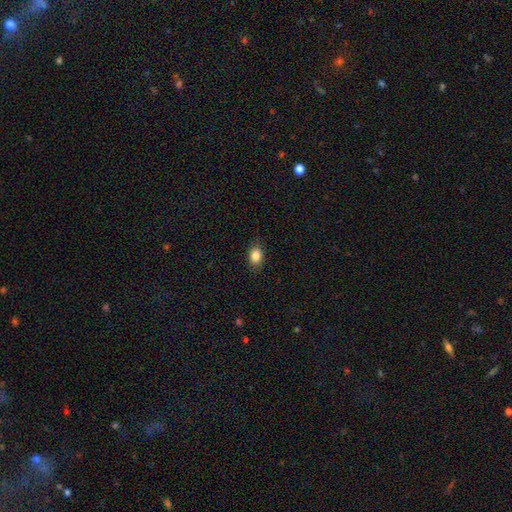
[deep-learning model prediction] A smooth galaxy with no disk features (85%) that is in between round and cigar-shaped (75%).

Vote fractions:
- Smooth or featured? smooth: 85% / star or artifact: 9% / featured or disk: 6%
- How rounded? in between: 75% / round: 23% / cigar-shaped: 2%
- Merging? none: 85% / minor disturbance: 12% / major disturbance: 3% / merger: 1%